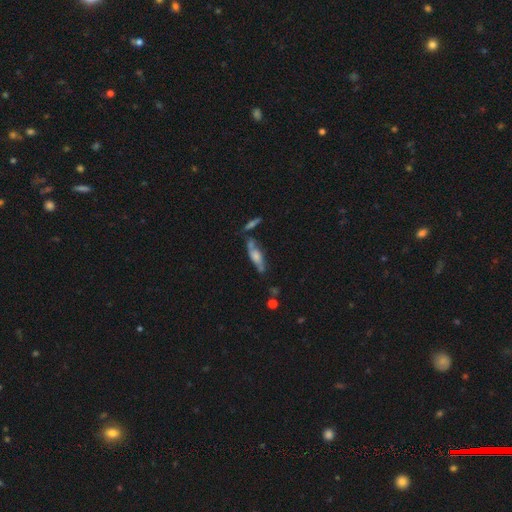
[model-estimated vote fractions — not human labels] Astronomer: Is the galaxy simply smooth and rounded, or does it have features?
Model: smooth — 48% (runner-up: featured or disk, 44%).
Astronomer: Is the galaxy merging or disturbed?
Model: none — 55%.